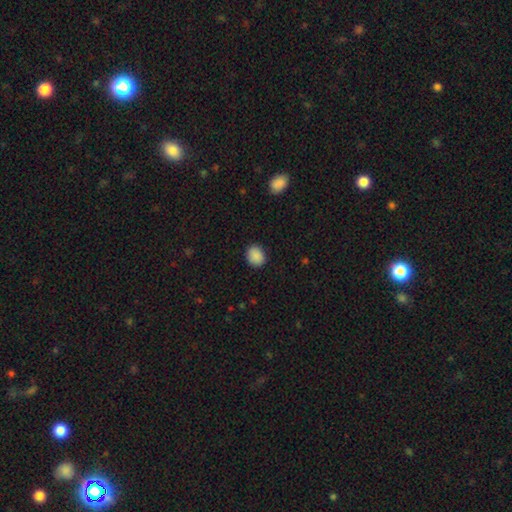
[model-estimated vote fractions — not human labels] Smooth or featured? smooth (89%)
How rounded? round (60%)
Merging? none (88%)